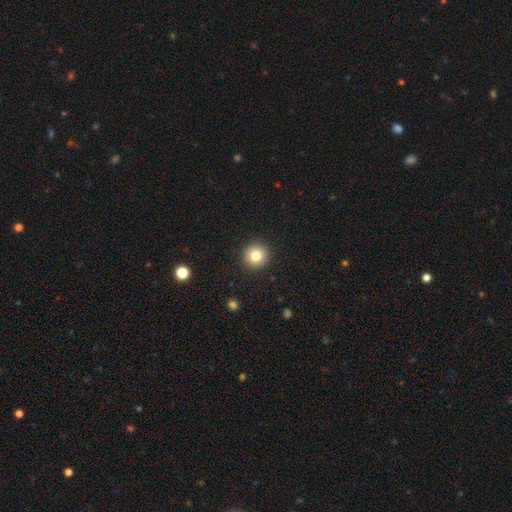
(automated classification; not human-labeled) smooth 81%, star or artifact 11%, featured or disk 8%. Down the decision tree: how rounded — round (95%); merging — none (93%).